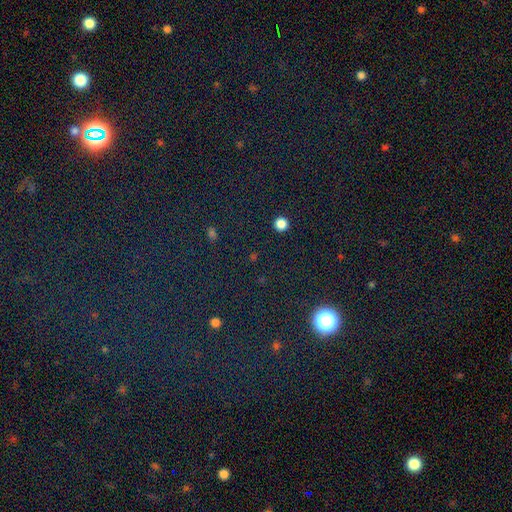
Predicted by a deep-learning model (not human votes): Overall: star or artifact (77%).